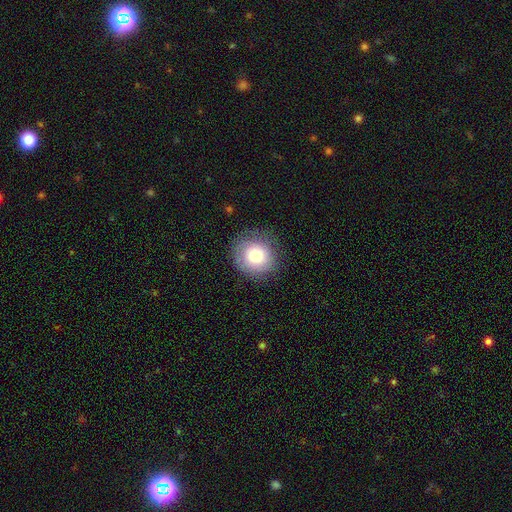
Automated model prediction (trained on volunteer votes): Q: Smooth or featured?
A: smooth (73%); runner-up: featured or disk (18%)
Q: How rounded?
A: round (86%); runner-up: in between (13%)
Q: Merging?
A: none (79%); runner-up: minor disturbance (14%)